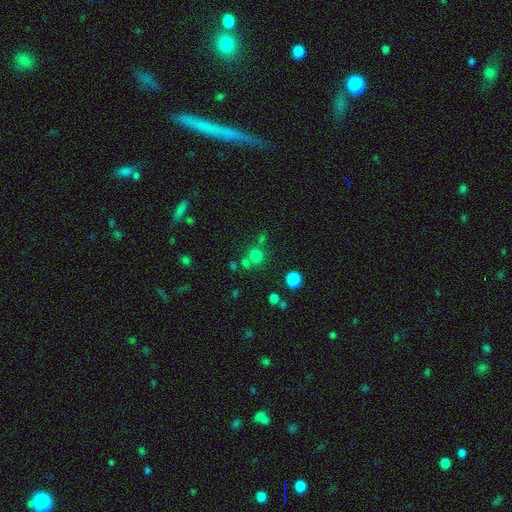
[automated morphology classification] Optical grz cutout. It shows a smooth galaxy with no disk features (72%) that is round (87%). Merging: none (60%).